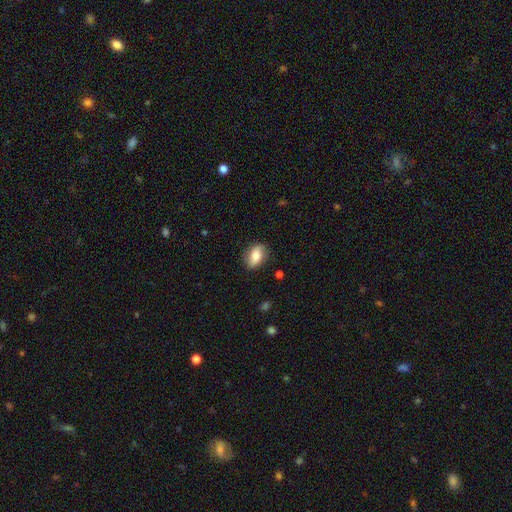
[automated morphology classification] Smooth or featured: smooth — 70% (featured or disk — 22%)
How rounded: in between — 80% (round — 17%)
Merging: none — 79% (minor disturbance — 15%)